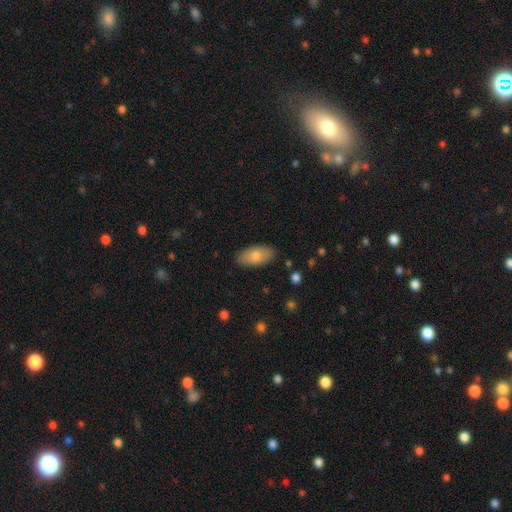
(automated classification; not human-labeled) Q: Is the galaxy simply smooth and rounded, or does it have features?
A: smooth — 78%.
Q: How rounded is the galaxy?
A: in between — 92%.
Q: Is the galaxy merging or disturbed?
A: none — 87%.